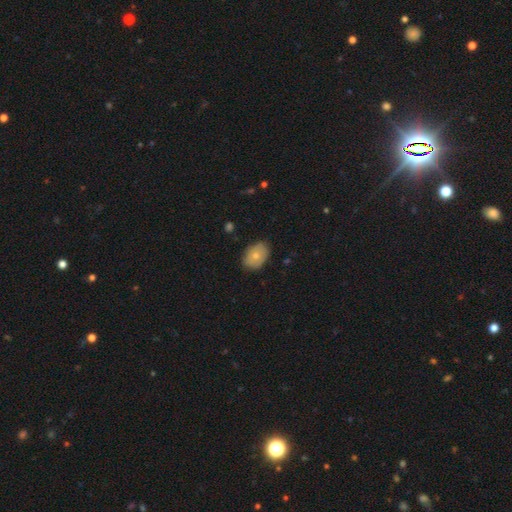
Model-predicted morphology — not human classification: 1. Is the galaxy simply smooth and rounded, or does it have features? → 72% smooth, 20% featured or disk, 7% star or artifact.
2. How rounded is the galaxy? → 76% in between, 22% round, 1% cigar-shaped.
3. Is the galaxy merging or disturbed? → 79% none, 17% minor disturbance, 3% major disturbance, 1% merger.